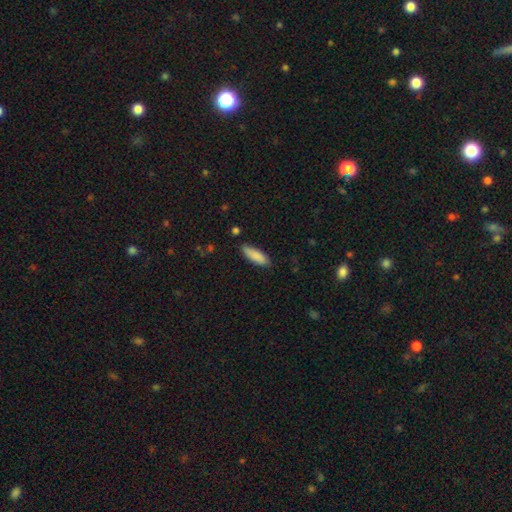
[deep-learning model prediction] This appears to be a smooth galaxy with no disk features (87%) that is in between round and cigar-shaped (51%). Merging: none (84%).